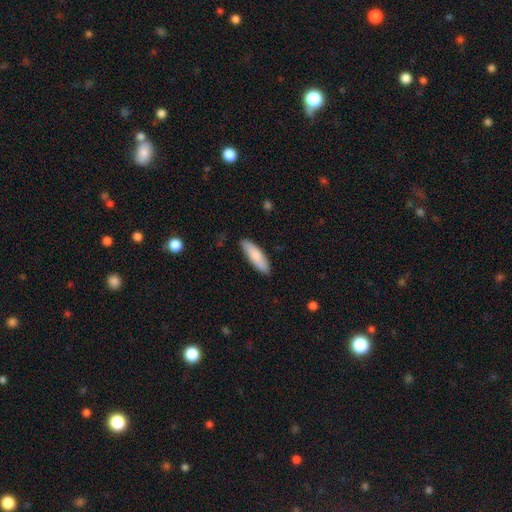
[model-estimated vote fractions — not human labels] A smooth galaxy with no disk features (83%) that is cigar-shaped (54%). Merging: none (87%).